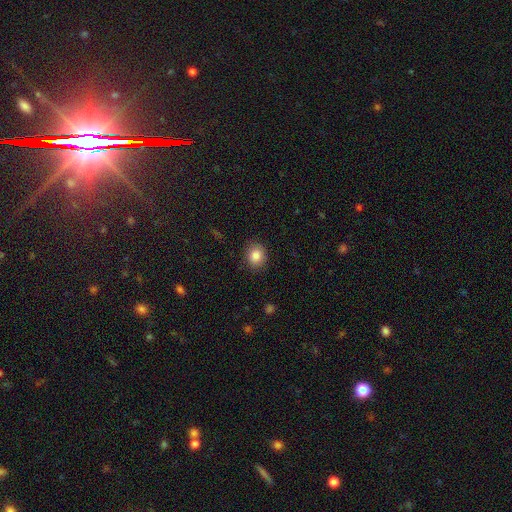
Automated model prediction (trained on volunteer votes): Q: Smooth or featured?
A: smooth (85%); runner-up: star or artifact (9%)
Q: How rounded?
A: round (68%); runner-up: in between (32%)
Q: Merging?
A: none (87%); runner-up: minor disturbance (9%)